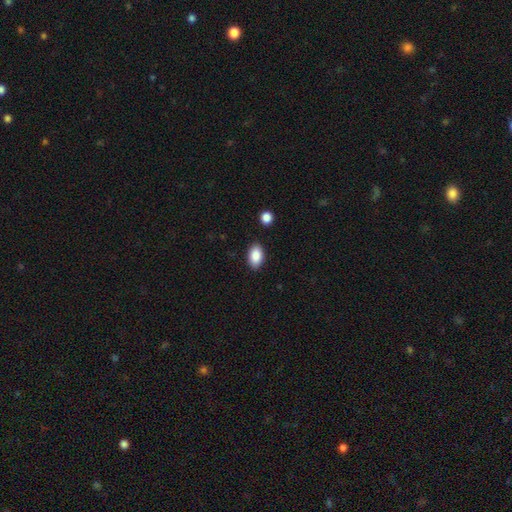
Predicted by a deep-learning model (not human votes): Overall: smooth (88%). How rounded: in between (92%). Merging: none (87%).